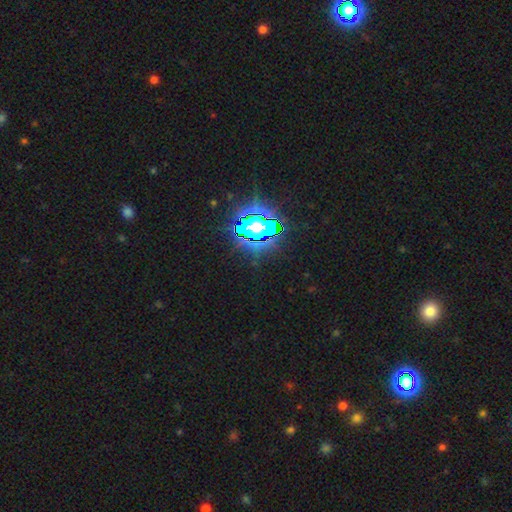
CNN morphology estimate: smooth_or_featured: star or artifact (p=0.83) [alt: smooth p=0.11]